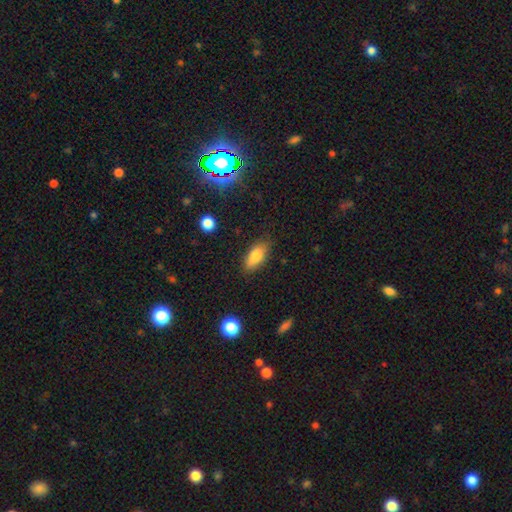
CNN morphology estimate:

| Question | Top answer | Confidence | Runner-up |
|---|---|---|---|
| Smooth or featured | smooth | 81% | featured or disk (11%) |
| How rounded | in between | 83% | cigar-shaped (14%) |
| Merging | none | 81% | minor disturbance (15%) |